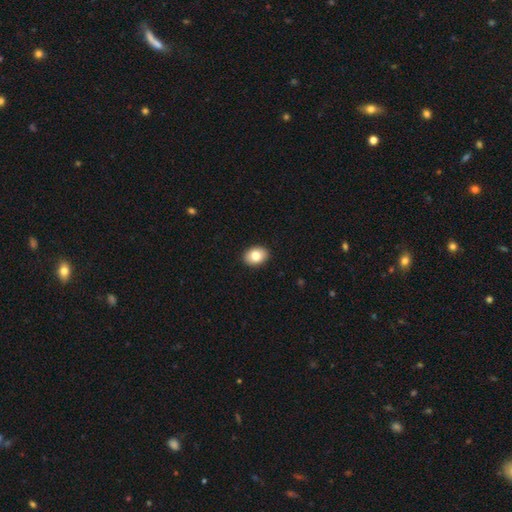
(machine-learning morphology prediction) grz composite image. It shows a smooth galaxy with no disk features (81%) that is in between round and cigar-shaped (71%). Merging: none (92%).